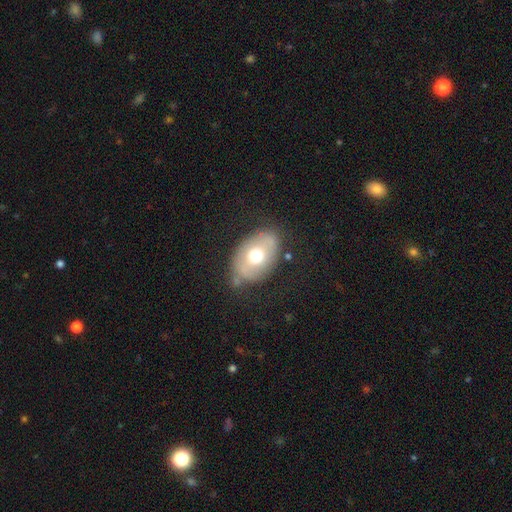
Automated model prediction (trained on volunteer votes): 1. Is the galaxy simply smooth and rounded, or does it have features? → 56% smooth, 36% featured or disk, 8% star or artifact.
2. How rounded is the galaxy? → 80% in between, 19% round, 1% cigar-shaped.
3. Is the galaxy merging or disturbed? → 68% none, 20% minor disturbance, 7% major disturbance, 4% merger.